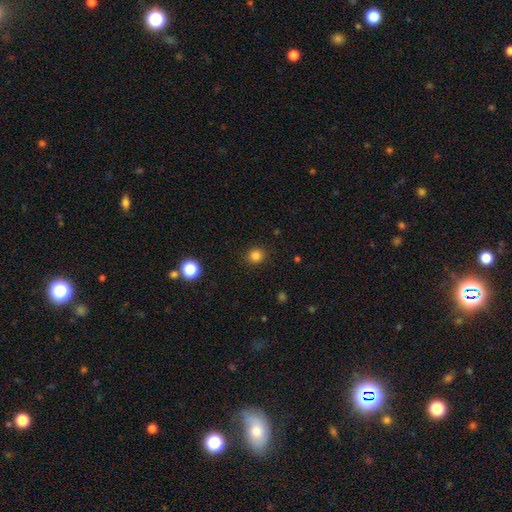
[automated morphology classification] smooth 83%, star or artifact 13%, featured or disk 4%. Down the decision tree: how rounded — round (90%); merging — none (90%).